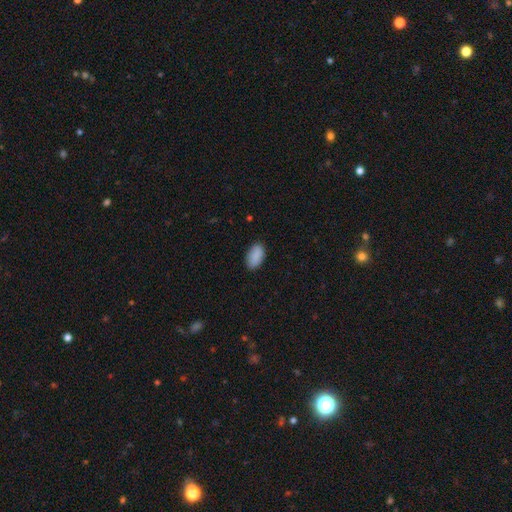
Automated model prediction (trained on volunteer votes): Smooth or featured? Predicted: smooth (p=0.90). How rounded? Predicted: in between (p=0.94). Merging? Predicted: none (p=0.87).